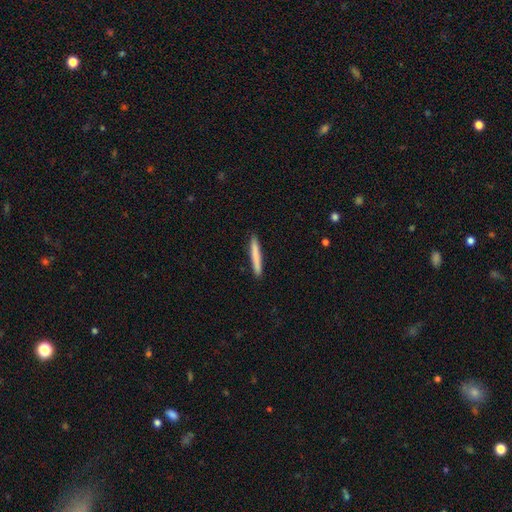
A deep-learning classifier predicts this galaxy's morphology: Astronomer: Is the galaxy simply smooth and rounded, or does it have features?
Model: smooth — 77%.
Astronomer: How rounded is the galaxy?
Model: cigar-shaped — 96%.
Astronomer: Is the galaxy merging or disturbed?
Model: none — 91%.